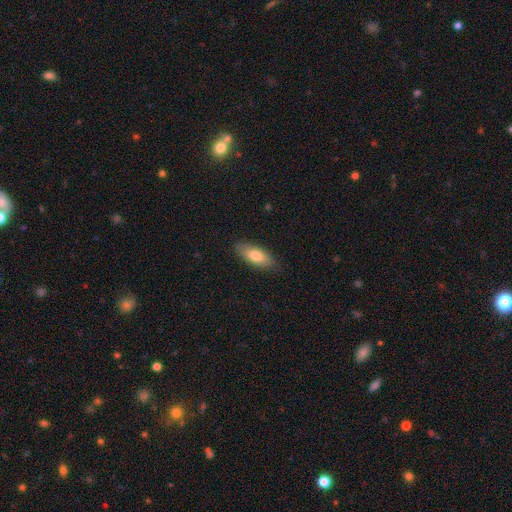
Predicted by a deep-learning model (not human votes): Smooth or featured: smooth — 77% (featured or disk — 17%)
How rounded: in between — 78% (cigar-shaped — 19%)
Merging: none — 85% (minor disturbance — 12%)